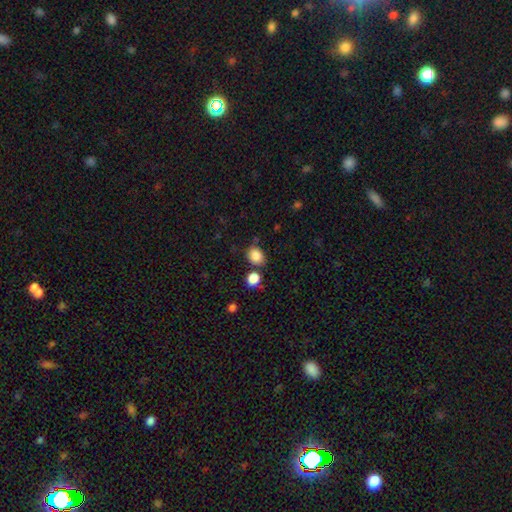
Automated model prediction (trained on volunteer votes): Smooth or featured? smooth (86%)
How rounded? in between (51%)
Merging? none (73%)